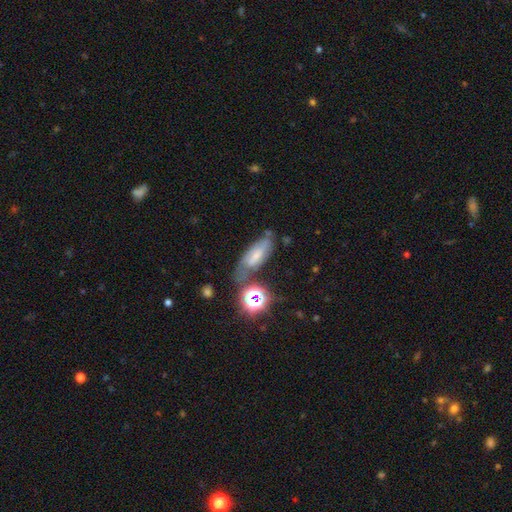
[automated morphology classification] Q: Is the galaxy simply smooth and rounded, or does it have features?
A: smooth — 43%.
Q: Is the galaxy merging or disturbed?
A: none — 50%.